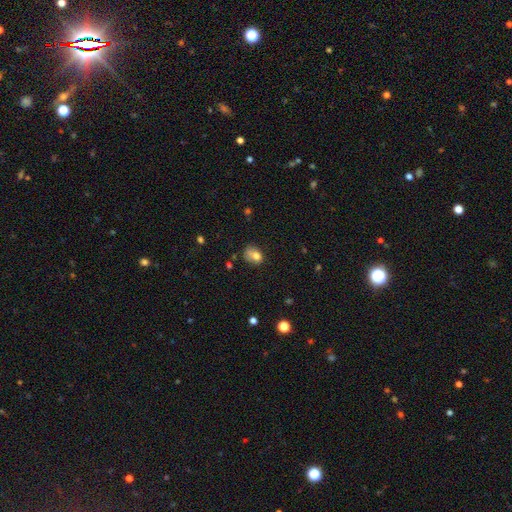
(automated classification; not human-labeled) Smooth or featured?
  - smooth: 72% *
  - featured or disk: 16%
  - star or artifact: 12%
How rounded?
  - in between: 58% *
  - round: 40%
  - cigar-shaped: 1%
Merging?
  - none: 41% *
  - minor disturbance: 31%
  - major disturbance: 18%
  - merger: 10%